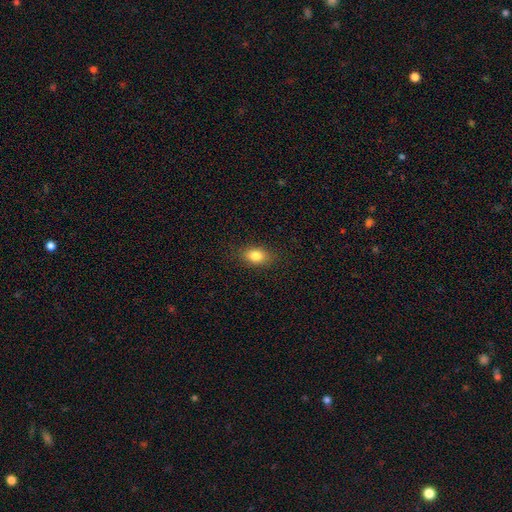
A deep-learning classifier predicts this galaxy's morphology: Smooth or featured? Predicted: smooth (p=0.83). How rounded? Predicted: in between (p=0.82). Merging? Predicted: none (p=0.86).